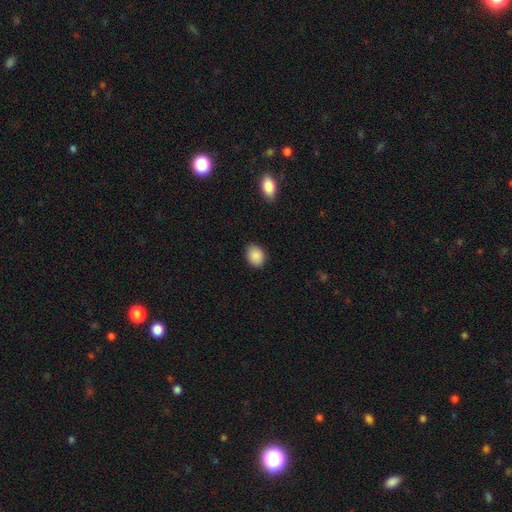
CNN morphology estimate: Smooth or featured: smooth — 89% (star or artifact — 7%)
How rounded: in between — 63% (round — 36%)
Merging: none — 87% (minor disturbance — 10%)